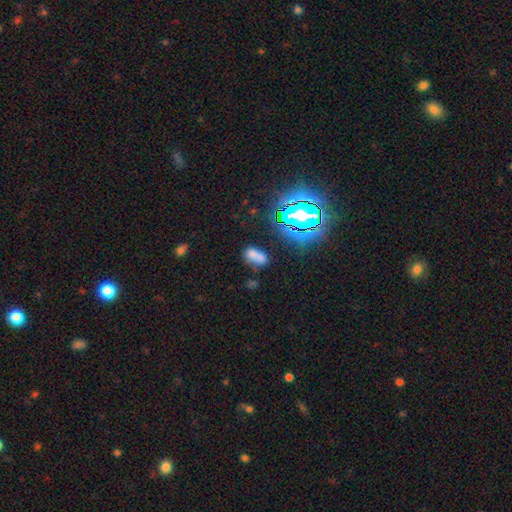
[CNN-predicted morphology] A smooth galaxy with no disk features (64%) that is in between round and cigar-shaped (87%). Merging: none (52%).